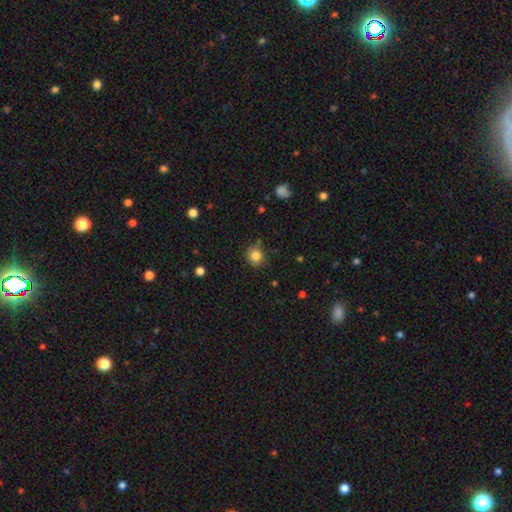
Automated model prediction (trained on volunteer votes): Overall: smooth (84%). How rounded: round (83%). Merging: none (79%).